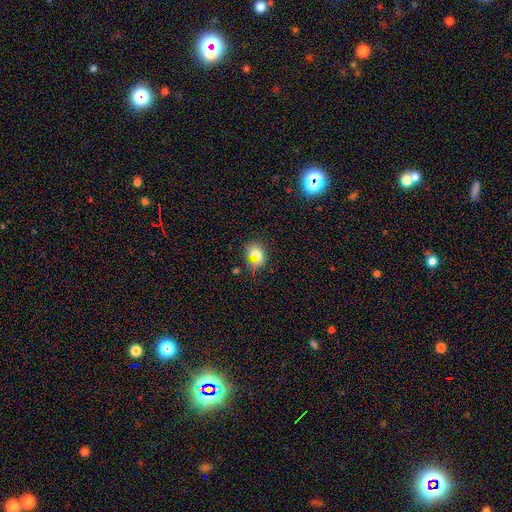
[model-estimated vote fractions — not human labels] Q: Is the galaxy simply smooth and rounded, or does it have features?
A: smooth — 65%.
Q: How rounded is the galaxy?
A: round — 66%.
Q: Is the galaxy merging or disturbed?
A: none — 72%.